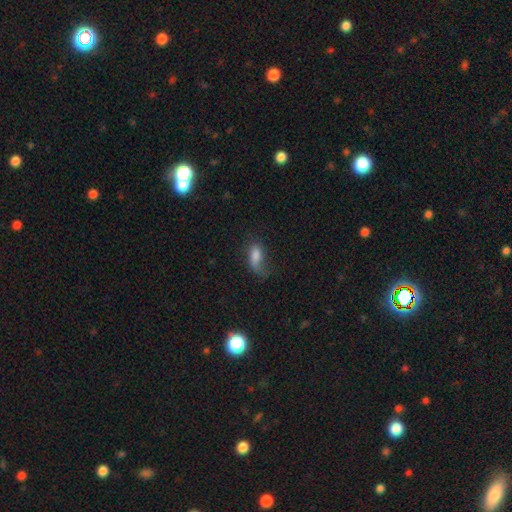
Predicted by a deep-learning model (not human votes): smooth-or-featured: smooth: 64% | featured or disk: 24% | star or artifact: 12%
  how-rounded: in between: 80% | cigar-shaped: 12% | round: 8%
  merging: none: 37% | major disturbance: 31% | minor disturbance: 29% | merger: 4%